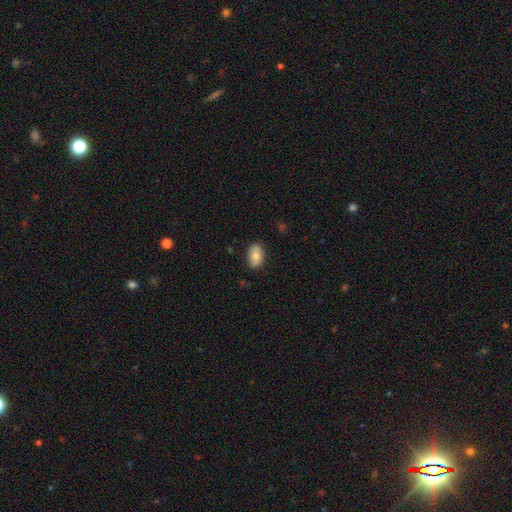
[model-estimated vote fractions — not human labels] Smooth or featured? smooth (77%)
How rounded? in between (91%)
Merging? none (82%)